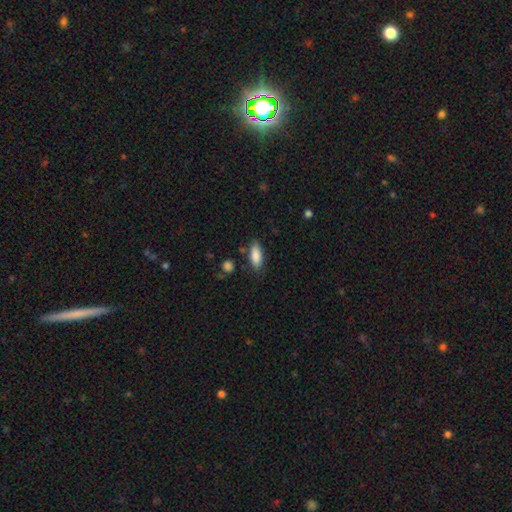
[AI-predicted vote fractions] Smooth or featured: smooth — 88% (star or artifact — 7%)
How rounded: in between — 81% (cigar-shaped — 17%)
Merging: none — 79% (minor disturbance — 14%)